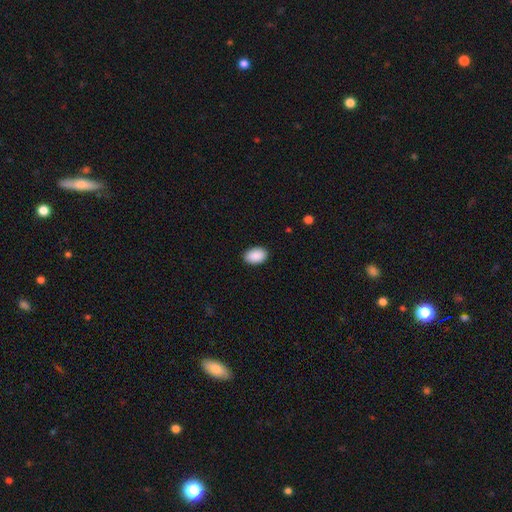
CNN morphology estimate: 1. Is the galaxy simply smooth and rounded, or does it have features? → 91% smooth, 6% star or artifact, 2% featured or disk.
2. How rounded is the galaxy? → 88% in between, 11% round, 1% cigar-shaped.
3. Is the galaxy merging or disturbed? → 90% none, 8% minor disturbance, 2% major disturbance, 1% merger.